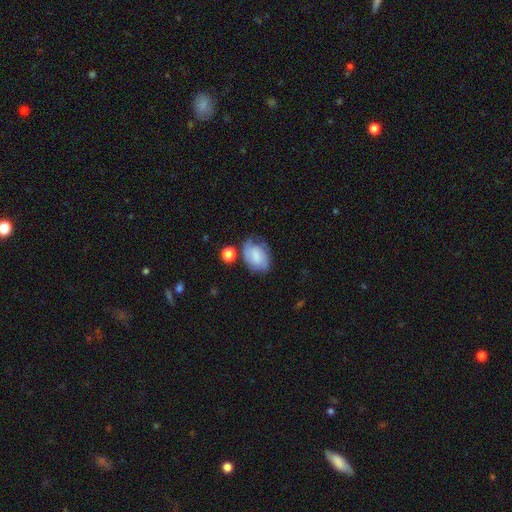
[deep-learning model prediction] Smooth or featured? Predicted: smooth (p=0.65). How rounded? Predicted: in between (p=0.78). Merging? Predicted: none (p=0.52).